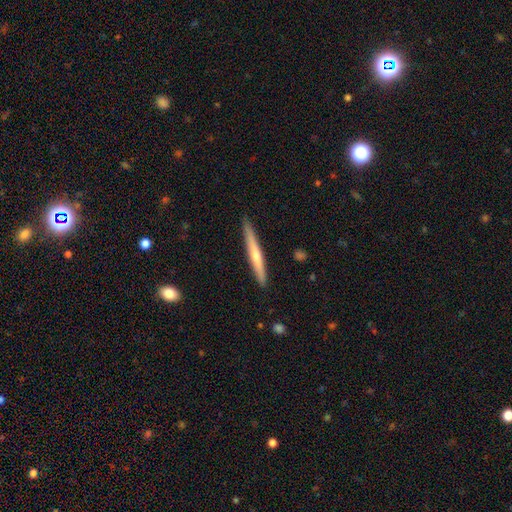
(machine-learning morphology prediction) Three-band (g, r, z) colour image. It shows a featured or disk galaxy (63%) viewed edge-on (97%) with a rounded central bulge (72%). Merging: none (90%).